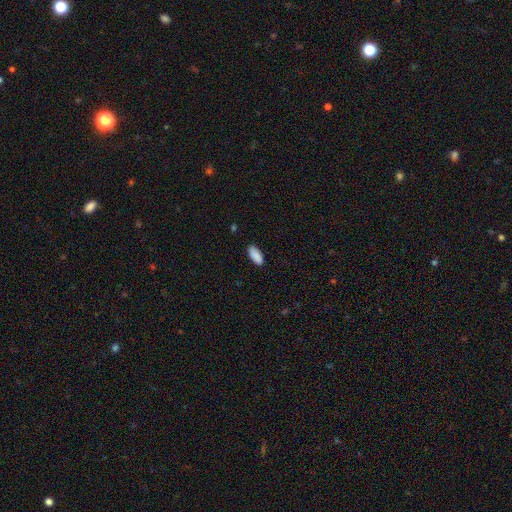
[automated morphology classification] Smooth or featured: smooth — 90% (star or artifact — 6%)
How rounded: in between — 88% (cigar-shaped — 11%)
Merging: none — 86% (minor disturbance — 10%)